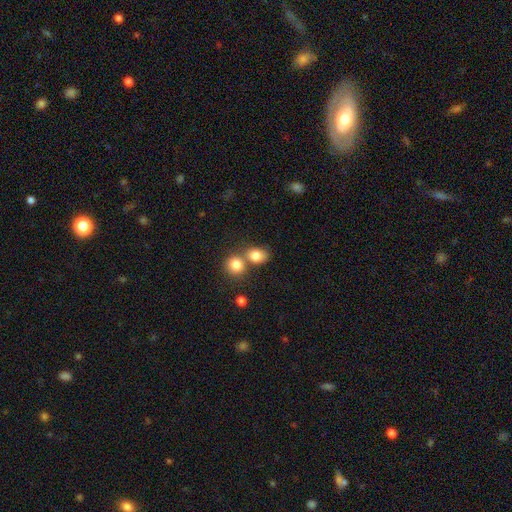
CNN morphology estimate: Smooth or featured? Predicted: smooth (p=0.82). How rounded? Predicted: round (p=0.50). Merging? Predicted: merger (p=0.44).